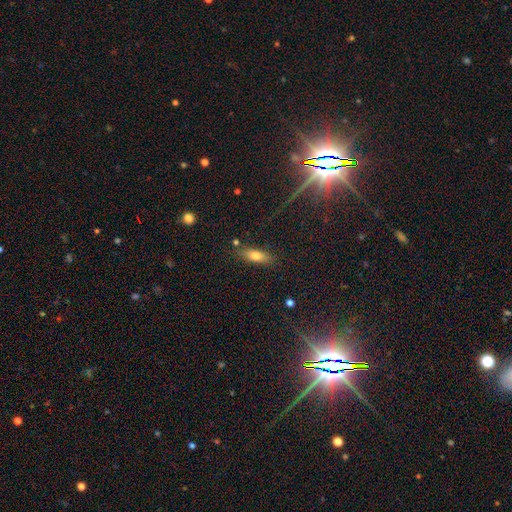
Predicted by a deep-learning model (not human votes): smooth-or-featured: smooth: 73% | featured or disk: 17% | star or artifact: 9%
  how-rounded: in between: 66% | cigar-shaped: 30% | round: 3%
  merging: none: 79% | minor disturbance: 14% | major disturbance: 4% | merger: 4%